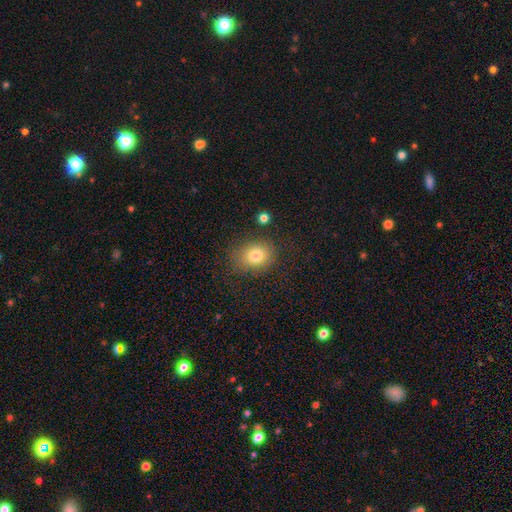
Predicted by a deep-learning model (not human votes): smooth-or-featured: smooth: 79% | star or artifact: 11% | featured or disk: 9%
  how-rounded: round: 52% | in between: 47% | cigar-shaped: 1%
  merging: none: 79% | minor disturbance: 13% | major disturbance: 5% | merger: 3%